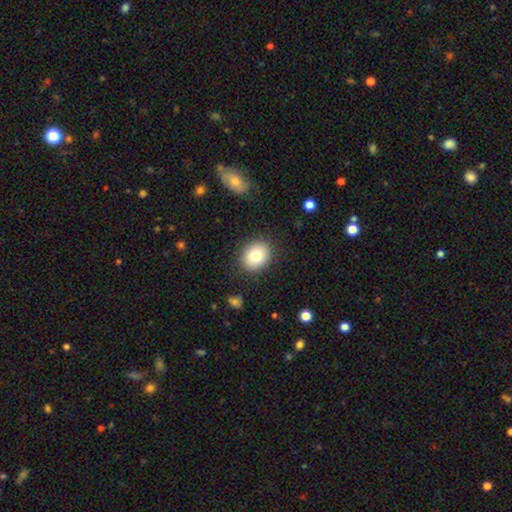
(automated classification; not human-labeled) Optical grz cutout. It shows a smooth galaxy with no disk features (80%) that is round (57%). Merging: none (87%).